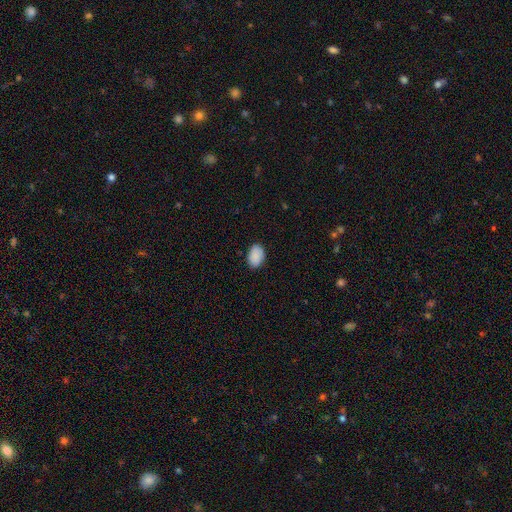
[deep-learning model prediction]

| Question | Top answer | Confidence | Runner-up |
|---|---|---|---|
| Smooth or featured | smooth | 89% | star or artifact (7%) |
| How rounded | in between | 85% | round (14%) |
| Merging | none | 84% | minor disturbance (12%) |